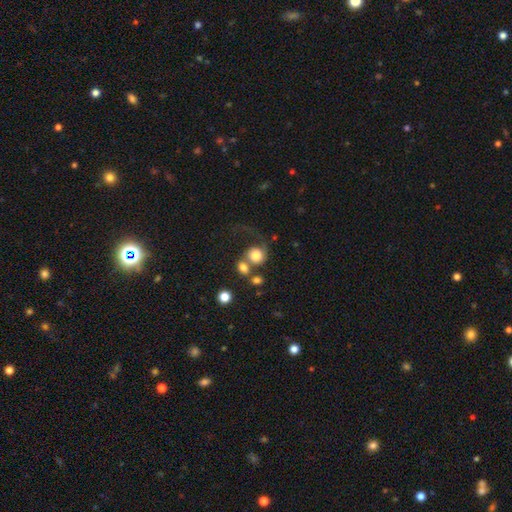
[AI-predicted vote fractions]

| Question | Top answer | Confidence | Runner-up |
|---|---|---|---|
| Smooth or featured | smooth | 70% | featured or disk (21%) |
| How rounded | round | 79% | in between (20%) |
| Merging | merger | 39% | none (28%) |